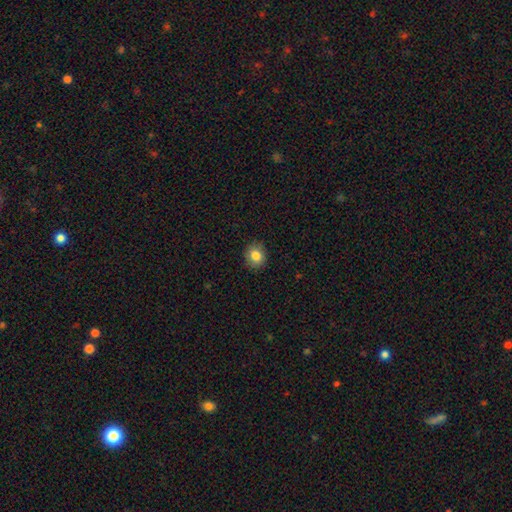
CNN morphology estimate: A smooth galaxy with no disk features (83%) that is round (73%).

Vote fractions:
- Smooth or featured? smooth: 83% / star or artifact: 9% / featured or disk: 7%
- How rounded? round: 73% / in between: 26% / cigar-shaped: 1%
- Merging? none: 88% / minor disturbance: 9% / major disturbance: 2% / merger: 1%